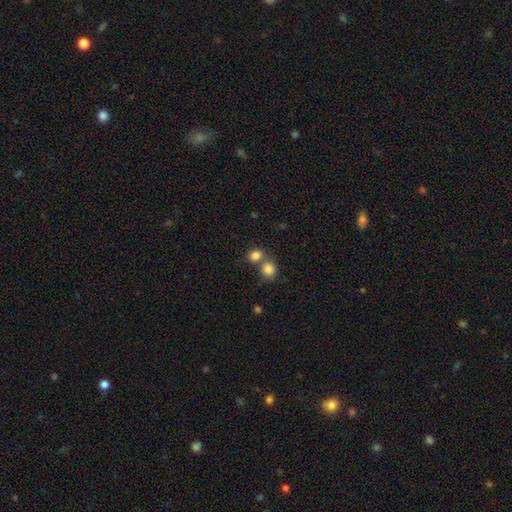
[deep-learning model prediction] Overall: smooth (83%). How rounded: round (72%). Merging: merger (45%, tied with none).